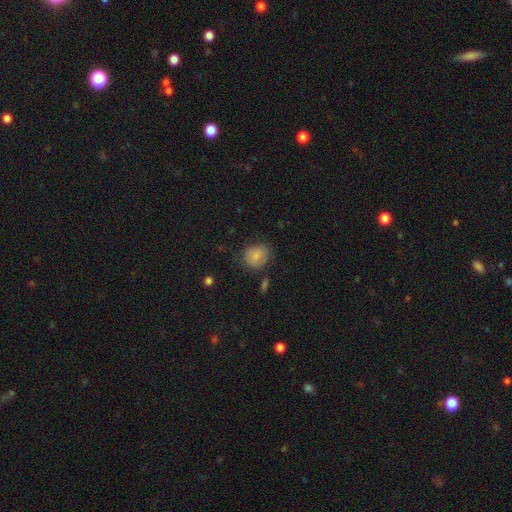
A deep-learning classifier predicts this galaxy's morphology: type=smooth (82%); roundness=round (69%); merging=none (70%).